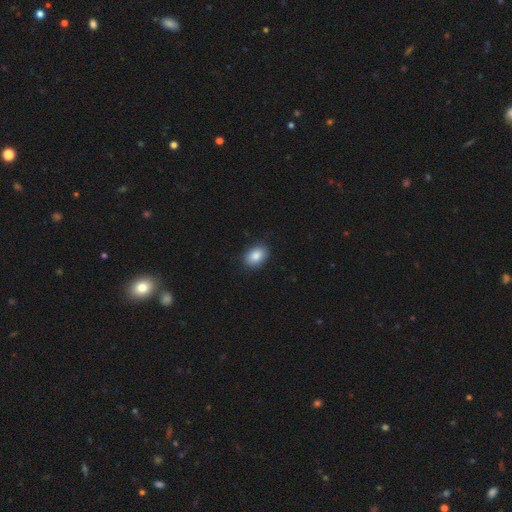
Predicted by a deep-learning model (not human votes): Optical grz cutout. It shows a smooth galaxy with no disk features (86%) that is in between round and cigar-shaped (79%). Merging: none (88%).